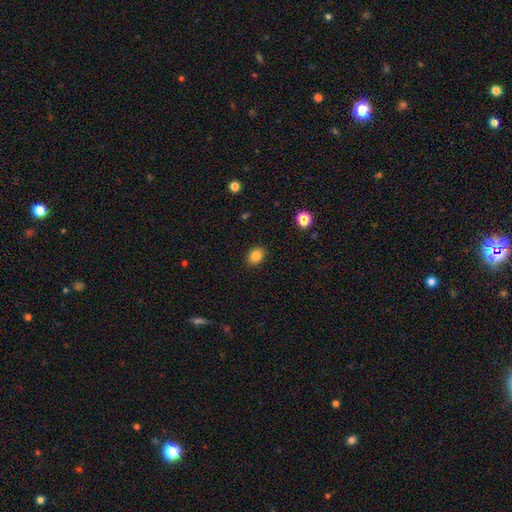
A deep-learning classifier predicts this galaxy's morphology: Smooth or featured? Predicted: smooth (p=0.83). How rounded? Predicted: in between (p=0.64). Merging? Predicted: none (p=0.88).